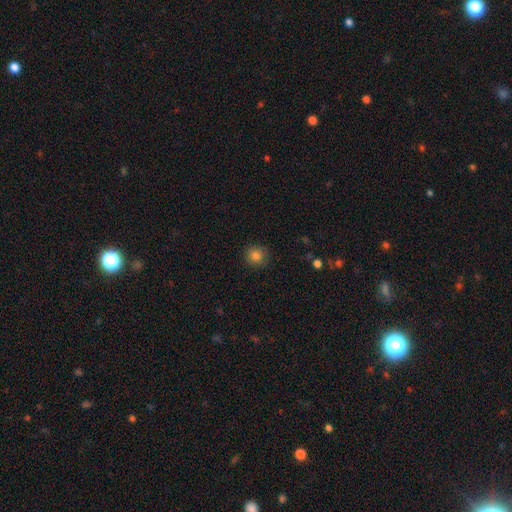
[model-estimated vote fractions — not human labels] Morphology: type=smooth (83%); roundness=round (92%); merging=none (89%).